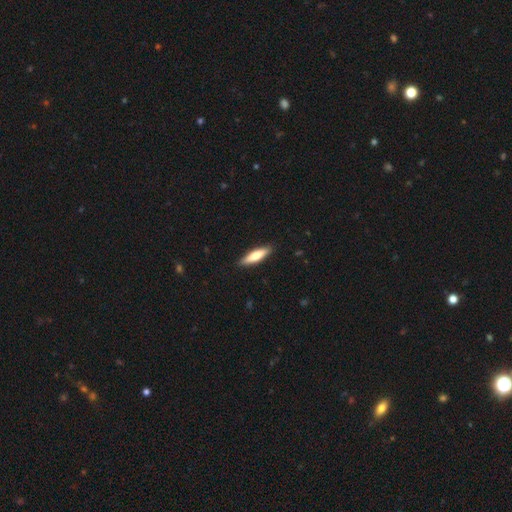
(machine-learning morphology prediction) smooth 71%, featured or disk 24%, star or artifact 5%. Down the decision tree: how rounded — cigar-shaped (70%); merging — none (89%).